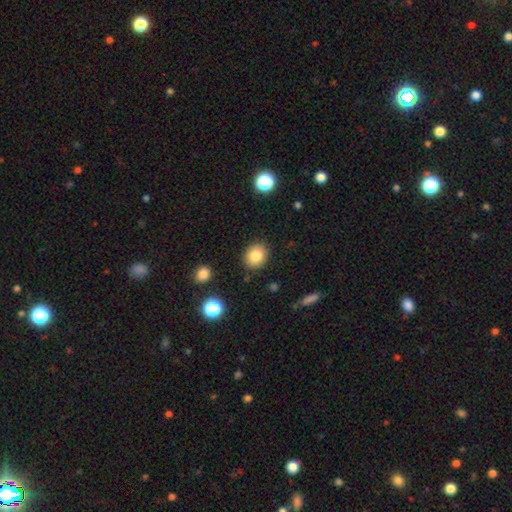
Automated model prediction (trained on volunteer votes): A smooth galaxy with no disk features (83%) that is round (64%).

Vote fractions:
- Smooth or featured? smooth: 83% / star or artifact: 10% / featured or disk: 7%
- How rounded? round: 64% / in between: 35% / cigar-shaped: 1%
- Merging? none: 87% / minor disturbance: 9% / major disturbance: 2% / merger: 2%